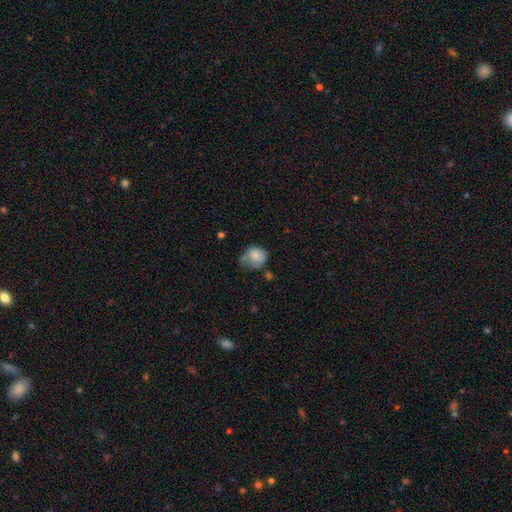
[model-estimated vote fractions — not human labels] A smooth galaxy with no disk features (75%) that is round (62%). Merging: minor disturbance (39%).